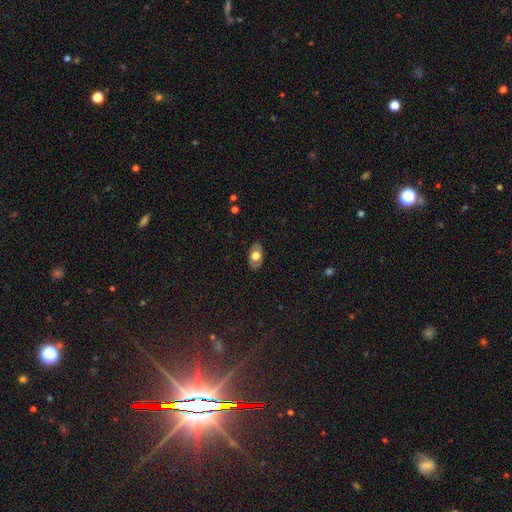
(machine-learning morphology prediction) smooth-or-featured: smooth: 59% | featured or disk: 34% | star or artifact: 7%
  how-rounded: in between: 90% | round: 7% | cigar-shaped: 2%
  merging: none: 84% | minor disturbance: 12% | major disturbance: 3% | merger: 1%